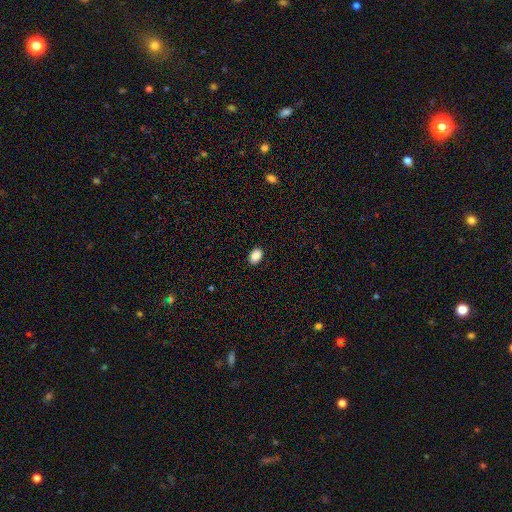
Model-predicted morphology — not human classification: A smooth galaxy with no disk features (89%) that is in between round and cigar-shaped (83%).

Vote fractions:
- Smooth or featured? smooth: 89% / star or artifact: 8% / featured or disk: 3%
- How rounded? in between: 83% / round: 16% / cigar-shaped: 1%
- Merging? none: 90% / minor disturbance: 7% / major disturbance: 2% / merger: 1%